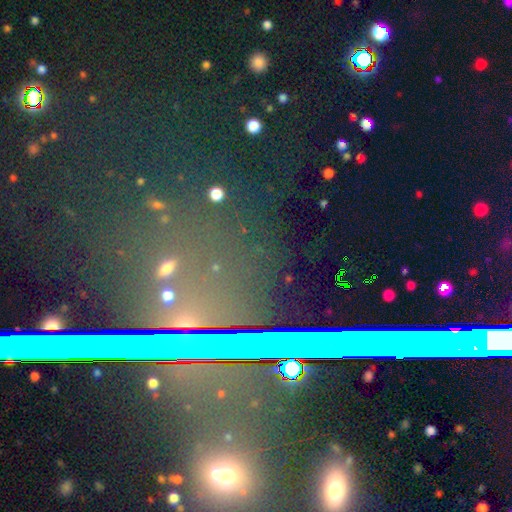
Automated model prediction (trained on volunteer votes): Smooth or featured: star or artifact — 75% (smooth — 16%)